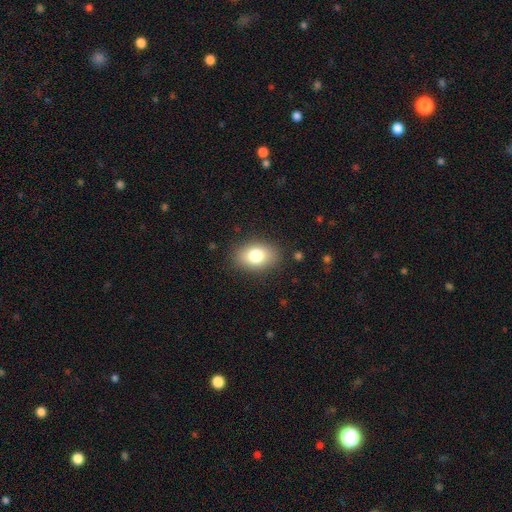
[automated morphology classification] type=smooth (79%); roundness=in between (81%); merging=none (86%).